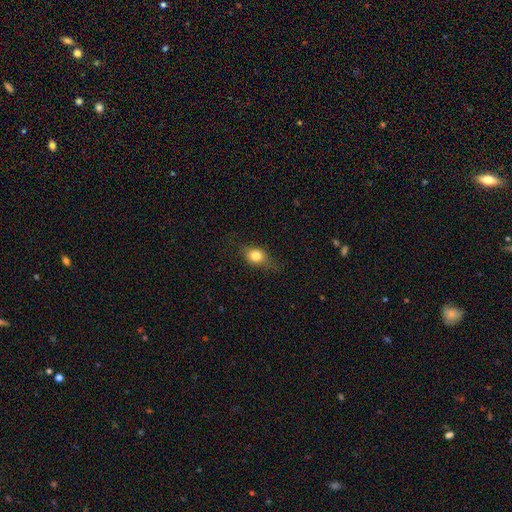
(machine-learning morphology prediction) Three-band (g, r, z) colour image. It shows a smooth galaxy with no disk features (74%) that is in between round and cigar-shaped (53%). Merging: none (68%).